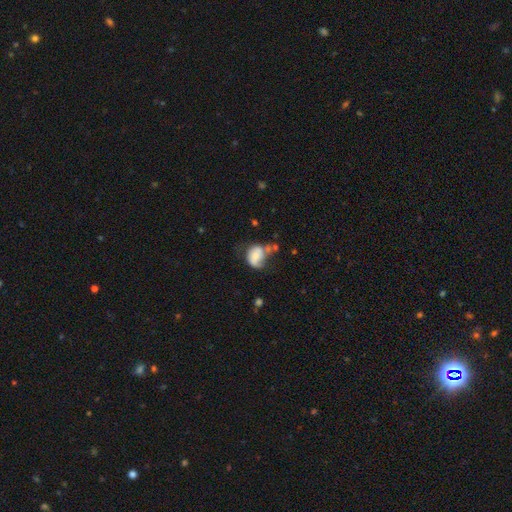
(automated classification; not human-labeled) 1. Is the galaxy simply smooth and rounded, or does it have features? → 59% smooth, 32% featured or disk, 9% star or artifact.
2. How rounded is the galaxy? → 64% in between, 35% round, 1% cigar-shaped.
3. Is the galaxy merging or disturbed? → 30% minor disturbance, 28% none, 24% major disturbance, 19% merger.